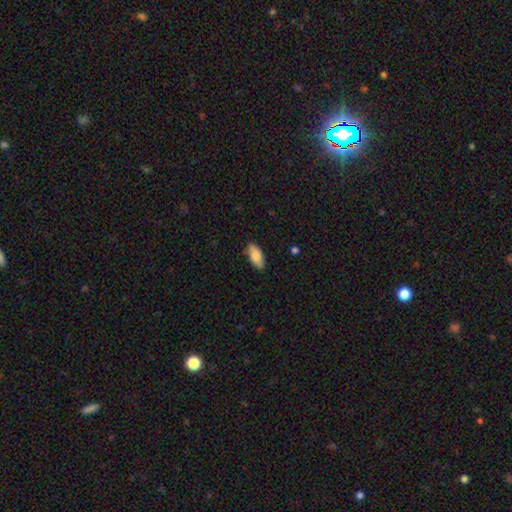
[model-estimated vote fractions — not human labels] smooth-or-featured: smooth: 86% | featured or disk: 8% | star or artifact: 6%
  how-rounded: in between: 88% | cigar-shaped: 10% | round: 2%
  merging: none: 82% | minor disturbance: 14% | major disturbance: 3% | merger: 1%